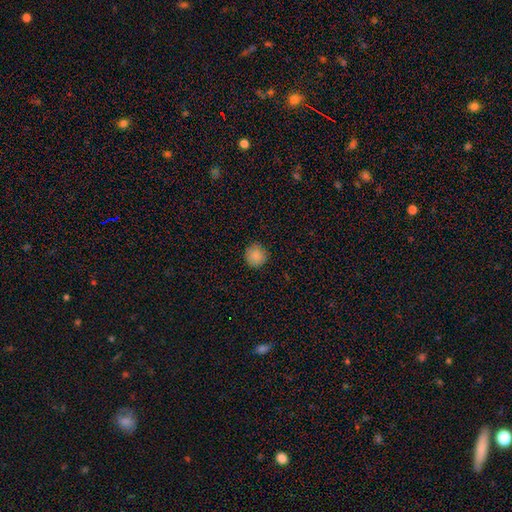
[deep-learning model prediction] Q: Smooth or featured?
A: smooth (88%); runner-up: star or artifact (9%)
Q: How rounded?
A: round (93%); runner-up: in between (6%)
Q: Merging?
A: none (90%); runner-up: minor disturbance (7%)